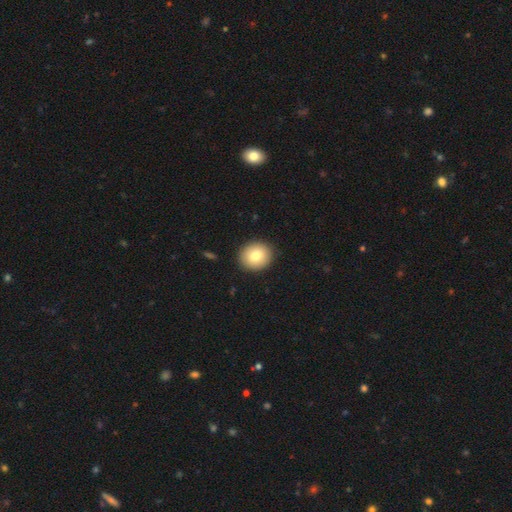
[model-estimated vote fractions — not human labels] smooth 79%, featured or disk 13%, star or artifact 8%. Down the decision tree: how rounded — round (70%); merging — none (90%).